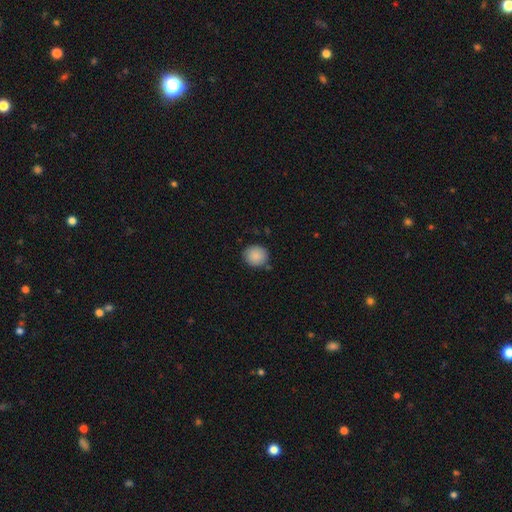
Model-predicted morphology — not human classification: Smooth or featured: smooth — 88% (star or artifact — 7%)
How rounded: round — 88% (in between — 12%)
Merging: none — 84% (minor disturbance — 11%)